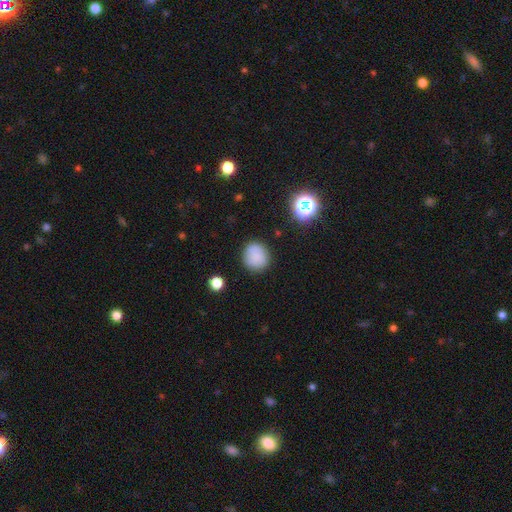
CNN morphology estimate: This appears to be a smooth galaxy with no disk features (83%) that is round (88%). Merging: none (85%).